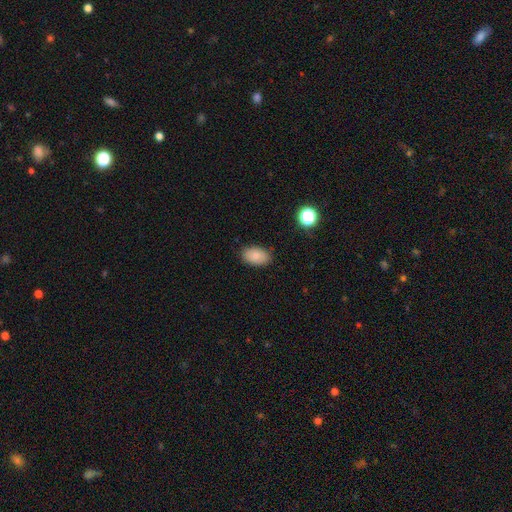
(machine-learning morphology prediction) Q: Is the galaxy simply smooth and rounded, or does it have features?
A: smooth — 85%.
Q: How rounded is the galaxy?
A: in between — 91%.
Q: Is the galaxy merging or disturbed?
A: none — 87%.